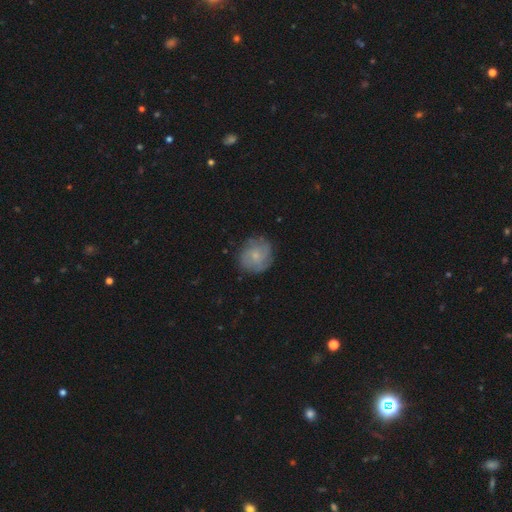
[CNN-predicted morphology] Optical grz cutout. It shows a featured or disk galaxy (50%). Merging: none (77%).